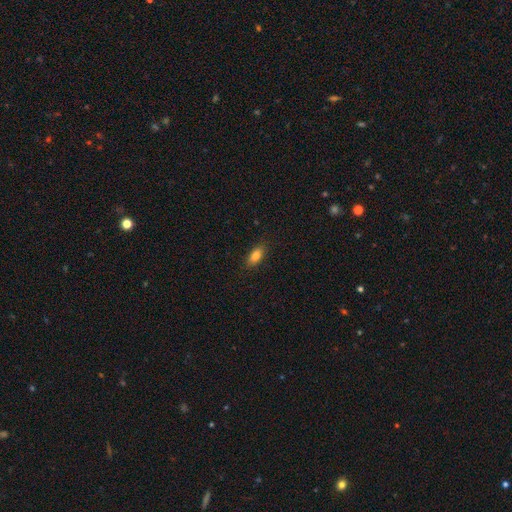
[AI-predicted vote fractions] Overall: smooth (83%). How rounded: in between (87%). Merging: none (86%).